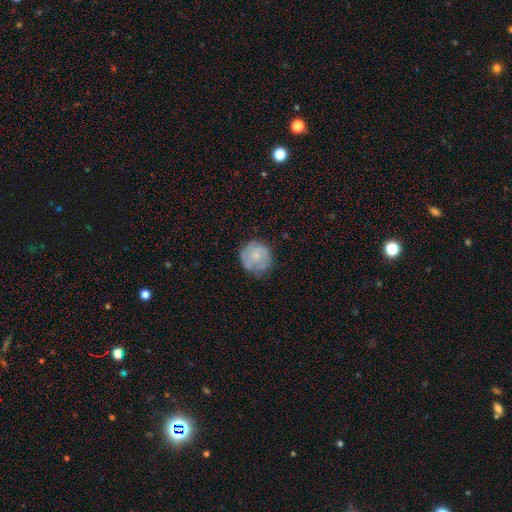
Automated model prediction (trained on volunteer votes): A smooth galaxy with no disk features (54%) that is round (88%). Merging: none (66%).